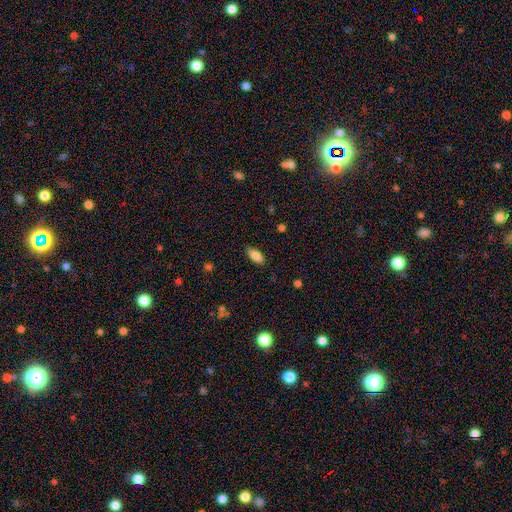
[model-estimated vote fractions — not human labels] A smooth galaxy with no disk features (84%) that is in between round and cigar-shaped (84%). Merging: none (85%).